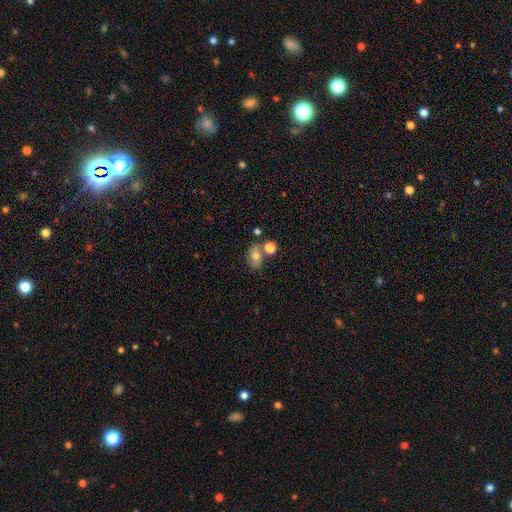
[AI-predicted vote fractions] A smooth galaxy with no disk features (69%) that is in between round and cigar-shaped (78%). Merging: none (55%).